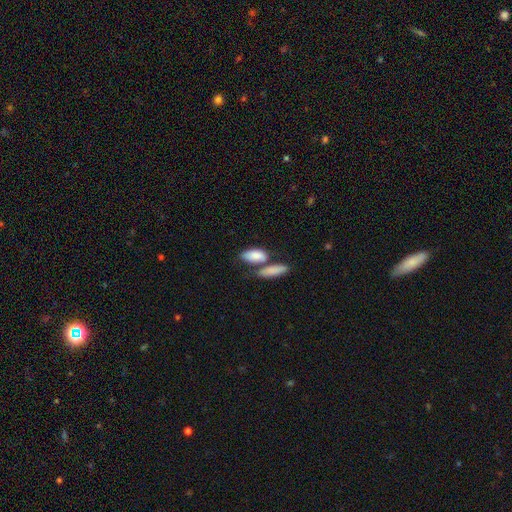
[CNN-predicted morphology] type=smooth (84%); roundness=in between (84%); merging=none (42%).